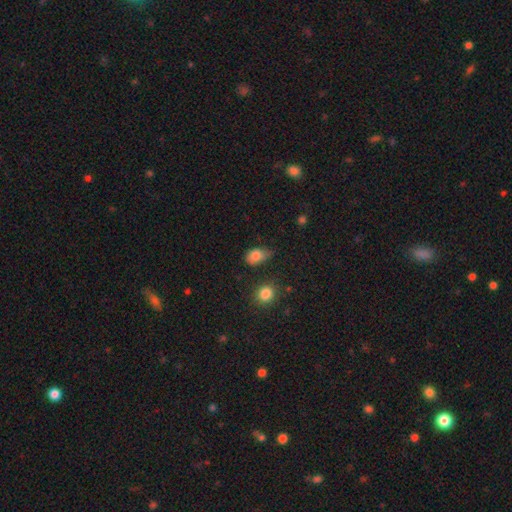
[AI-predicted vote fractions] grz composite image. It shows a smooth galaxy with no disk features (83%) that is in between round and cigar-shaped (81%). Merging: none (43%).